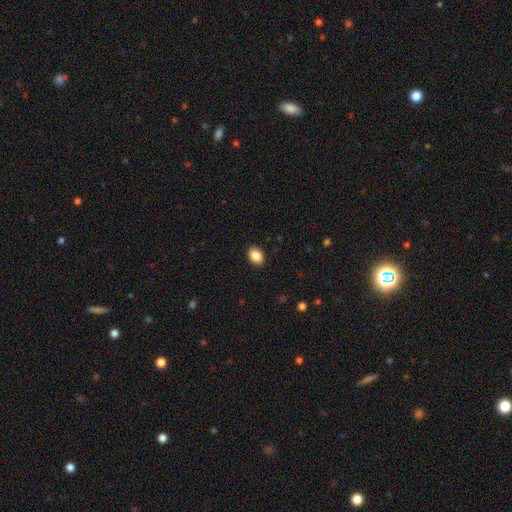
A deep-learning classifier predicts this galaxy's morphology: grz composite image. It shows a smooth galaxy with no disk features (88%) that is in between round and cigar-shaped (71%). Merging: none (91%).